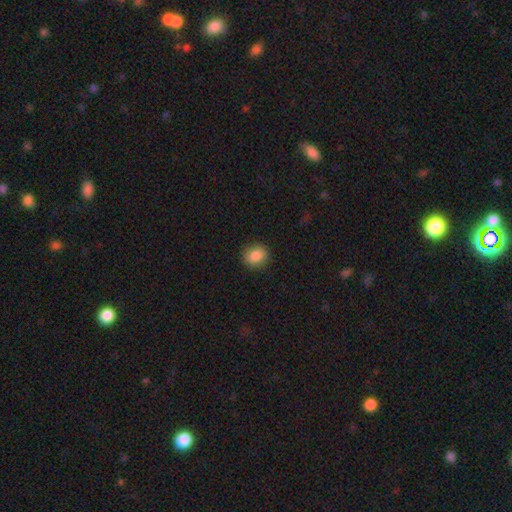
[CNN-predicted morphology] Smooth or featured? Predicted: smooth (p=0.87). How rounded? Predicted: round (p=0.72). Merging? Predicted: none (p=0.87).